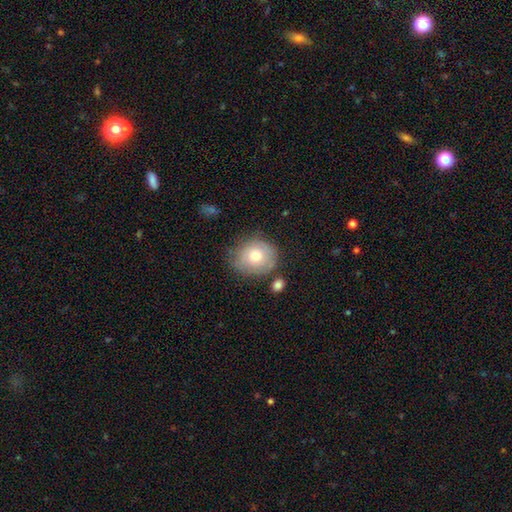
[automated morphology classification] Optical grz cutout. It shows a smooth galaxy with no disk features (72%) that is round (79%). Merging: none (65%).